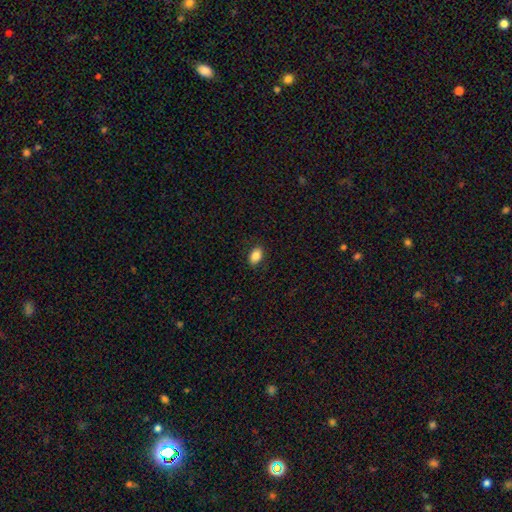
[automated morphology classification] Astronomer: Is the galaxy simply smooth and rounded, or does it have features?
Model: smooth — 86%.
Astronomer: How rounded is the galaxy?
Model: in between — 84%.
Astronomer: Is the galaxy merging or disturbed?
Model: none — 87%.